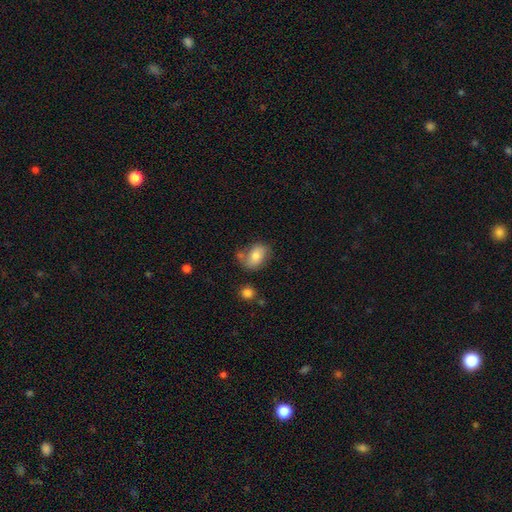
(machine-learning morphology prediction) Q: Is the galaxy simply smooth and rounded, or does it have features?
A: smooth — 76%.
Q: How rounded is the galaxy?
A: in between — 80%.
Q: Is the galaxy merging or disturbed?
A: none — 59%.